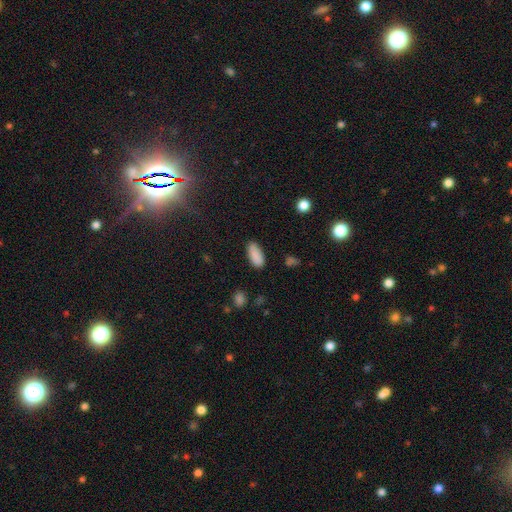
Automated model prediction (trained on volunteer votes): Q: Smooth or featured?
A: smooth (89%); runner-up: star or artifact (7%)
Q: How rounded?
A: in between (86%); runner-up: cigar-shaped (12%)
Q: Merging?
A: none (84%); runner-up: minor disturbance (11%)